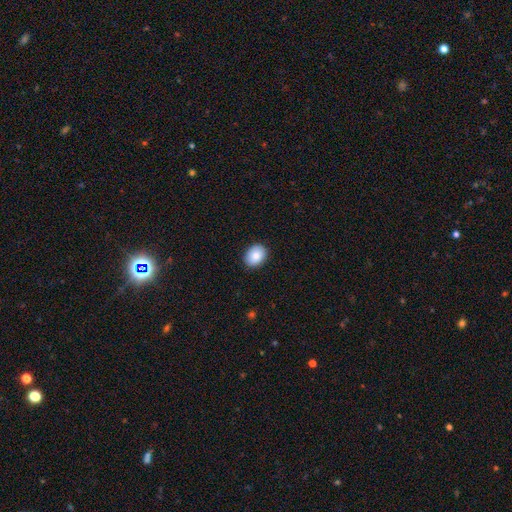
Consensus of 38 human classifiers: Smooth or featured? 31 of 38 (82%) said smooth. How rounded? 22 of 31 (71%) said in between. Merging? 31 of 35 (89%) said none.